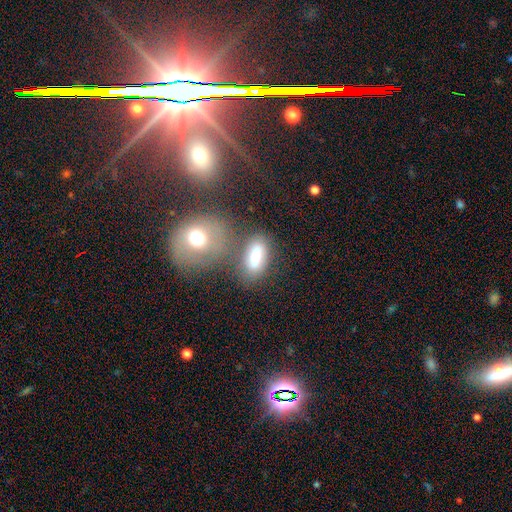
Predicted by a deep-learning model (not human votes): Morphology: type=smooth (75%); roundness=in between (84%); merging=none (53%).